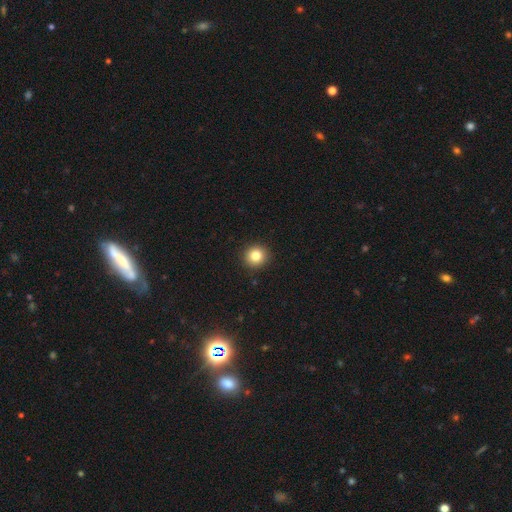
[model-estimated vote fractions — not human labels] Smooth or featured? Predicted: smooth (p=0.83). How rounded? Predicted: round (p=0.92). Merging? Predicted: none (p=0.92).